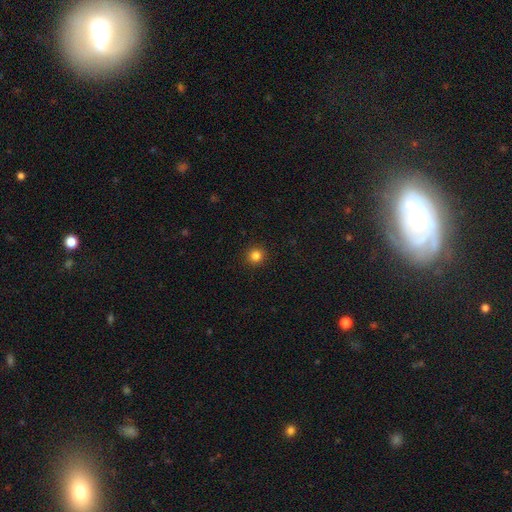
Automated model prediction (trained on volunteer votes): Morphology: type=smooth (83%); roundness=round (94%); merging=none (93%).